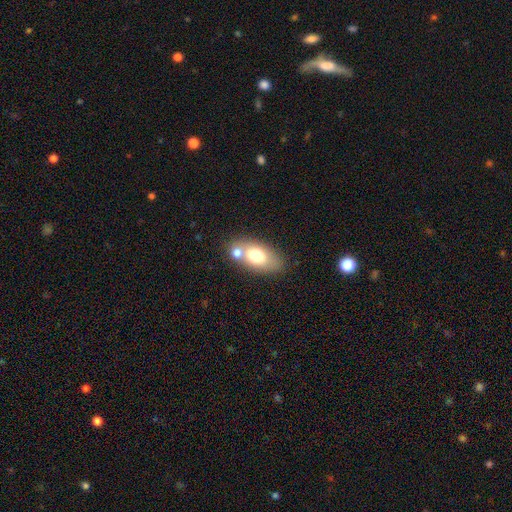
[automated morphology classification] type=smooth (69%); roundness=in between (88%); merging=none (51%).